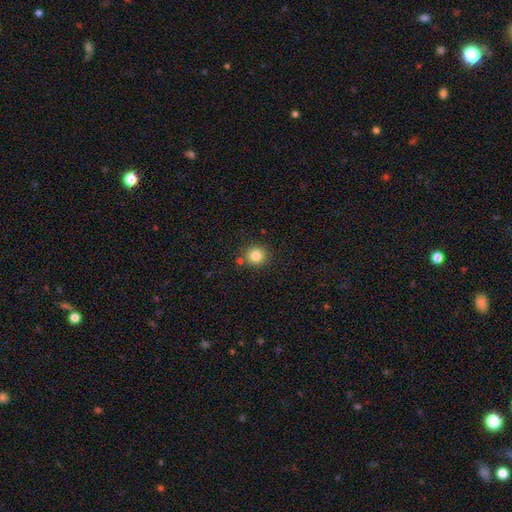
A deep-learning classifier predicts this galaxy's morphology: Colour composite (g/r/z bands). It shows a smooth galaxy with no disk features (83%) that is round (89%). Merging: none (82%).